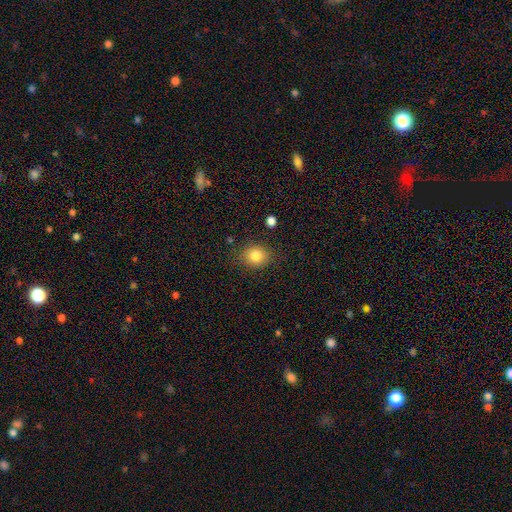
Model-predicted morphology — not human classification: Smooth or featured? Predicted: smooth (p=0.82). How rounded? Predicted: round (p=0.67). Merging? Predicted: none (p=0.83).